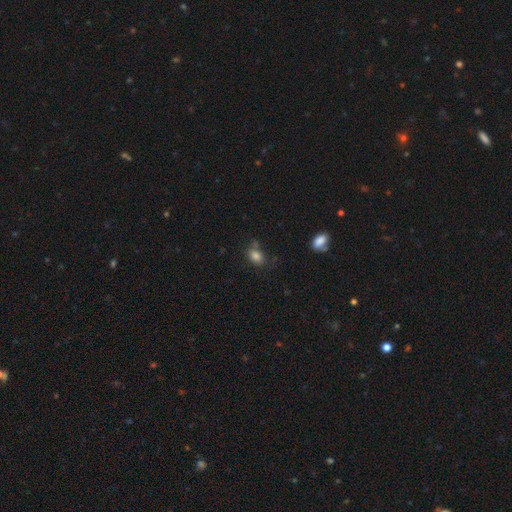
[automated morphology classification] A smooth galaxy with no disk features (83%) that is in between round and cigar-shaped (75%).

Vote fractions:
- Smooth or featured? smooth: 83% / star or artifact: 11% / featured or disk: 7%
- How rounded? in between: 75% / round: 24% / cigar-shaped: 2%
- Merging? none: 62% / minor disturbance: 22% / merger: 9% / major disturbance: 7%